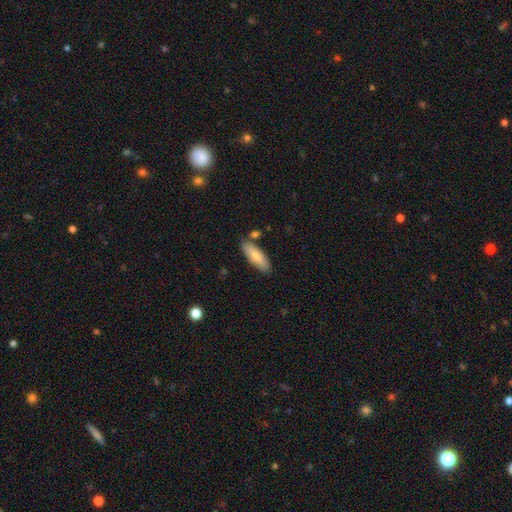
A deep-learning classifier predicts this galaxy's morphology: A smooth galaxy with no disk features (80%) that is in between round and cigar-shaped (56%).

Vote fractions:
- Smooth or featured? smooth: 80% / featured or disk: 14% / star or artifact: 6%
- How rounded? in between: 56% / cigar-shaped: 42% / round: 2%
- Merging? none: 79% / minor disturbance: 13% / merger: 6% / major disturbance: 2%